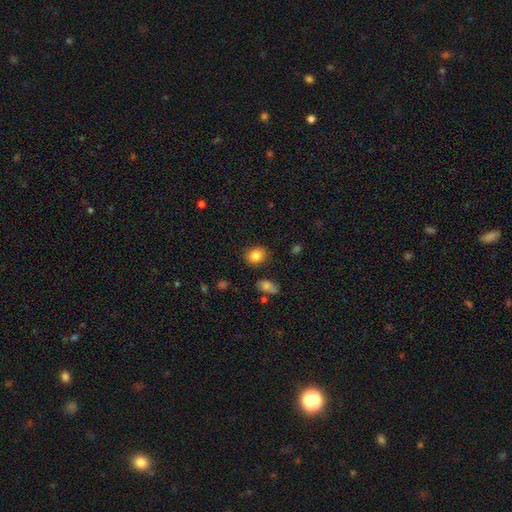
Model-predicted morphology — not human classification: Smooth or featured?
  - smooth: 84% *
  - star or artifact: 10%
  - featured or disk: 6%
How rounded?
  - round: 58% *
  - in between: 41%
  - cigar-shaped: 1%
Merging?
  - none: 86% *
  - minor disturbance: 10%
  - major disturbance: 3%
  - merger: 2%